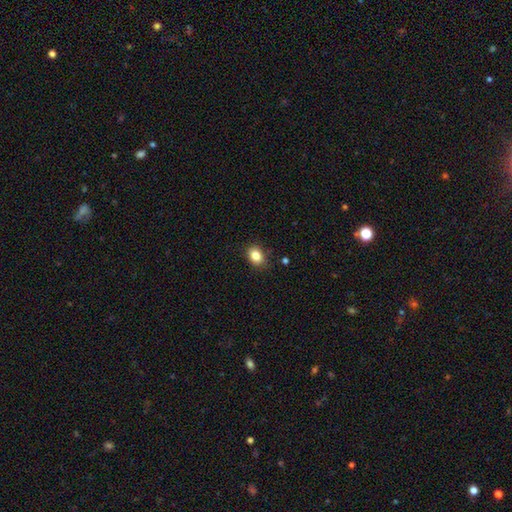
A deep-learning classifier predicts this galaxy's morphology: Overall: smooth (84%). How rounded: in between (59%; round 40%). Merging: none (85%).